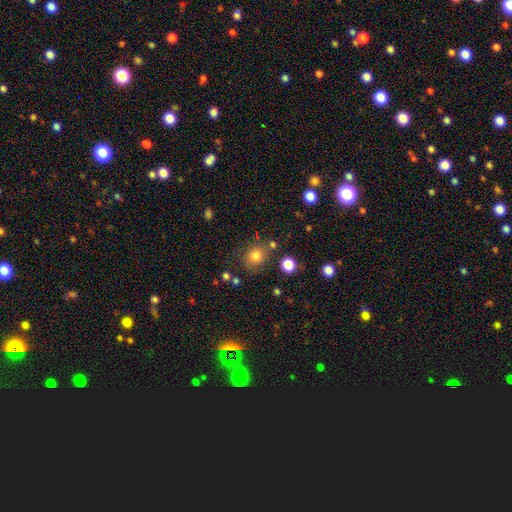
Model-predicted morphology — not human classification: Smooth or featured?
  - smooth: 80% *
  - star or artifact: 13%
  - featured or disk: 7%
How rounded?
  - round: 77% *
  - in between: 22%
  - cigar-shaped: 1%
Merging?
  - none: 74% *
  - minor disturbance: 14%
  - merger: 7%
  - major disturbance: 5%